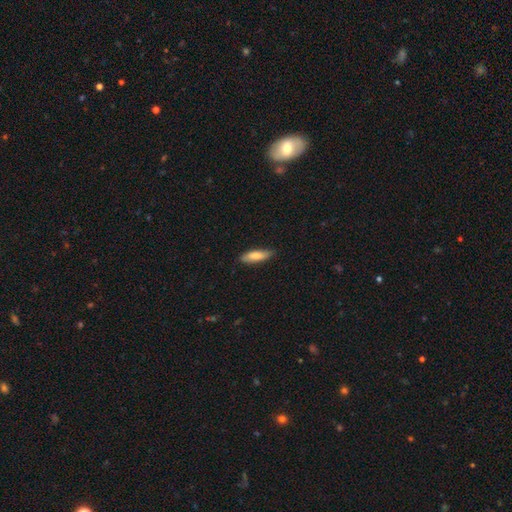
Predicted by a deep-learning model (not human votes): smooth_or_featured: smooth (p=0.79) [alt: featured or disk p=0.15]
how_rounded: cigar-shaped (p=0.52) [alt: in between p=0.46]
merging: none (p=0.79) [alt: minor disturbance p=0.17]